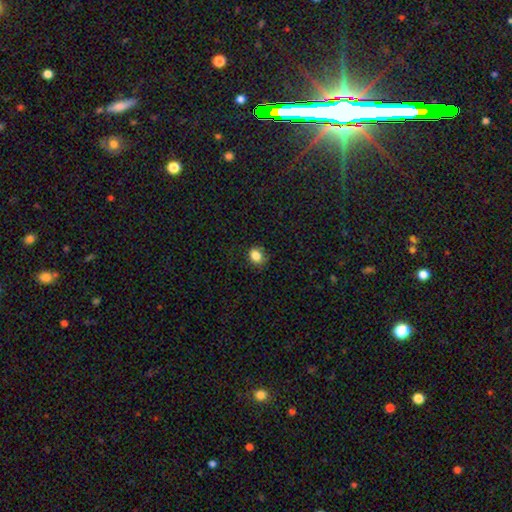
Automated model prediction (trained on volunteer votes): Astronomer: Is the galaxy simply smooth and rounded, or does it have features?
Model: smooth — 84%.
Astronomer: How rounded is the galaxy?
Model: round — 53% (runner-up: in between, 46%).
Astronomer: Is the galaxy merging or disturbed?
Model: none — 73%.